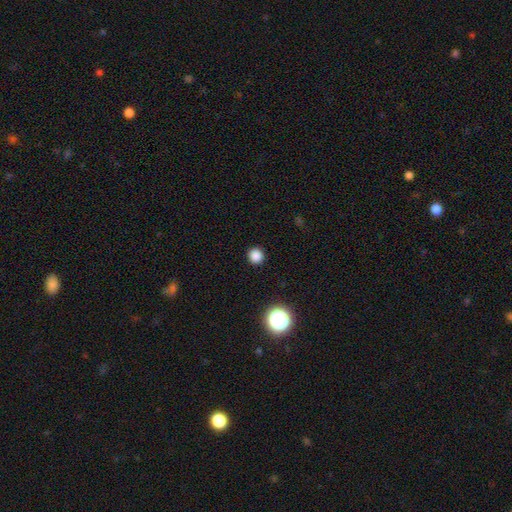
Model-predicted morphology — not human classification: Smooth or featured? smooth (84%)
How rounded? round (94%)
Merging? none (92%)